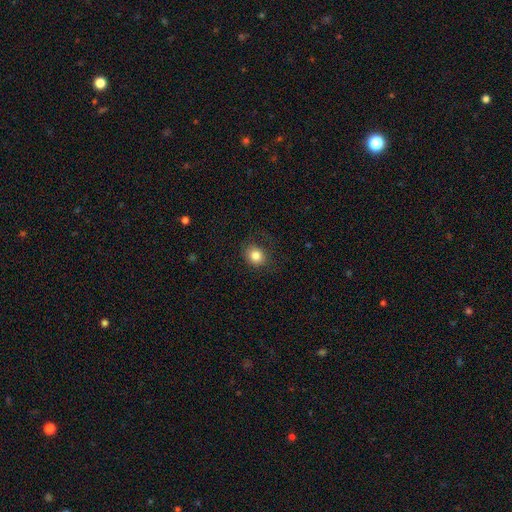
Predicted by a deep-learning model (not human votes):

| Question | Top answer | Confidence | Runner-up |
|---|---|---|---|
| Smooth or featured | smooth | 83% | star or artifact (10%) |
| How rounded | round | 67% | in between (32%) |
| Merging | none | 78% | minor disturbance (15%) |